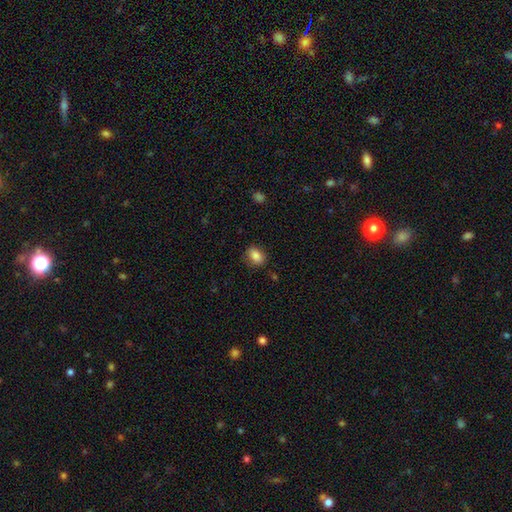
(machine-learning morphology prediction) smooth-or-featured: smooth: 84% | star or artifact: 8% | featured or disk: 7%
  how-rounded: in between: 72% | round: 27% | cigar-shaped: 2%
  merging: none: 79% | minor disturbance: 16% | major disturbance: 4% | merger: 1%